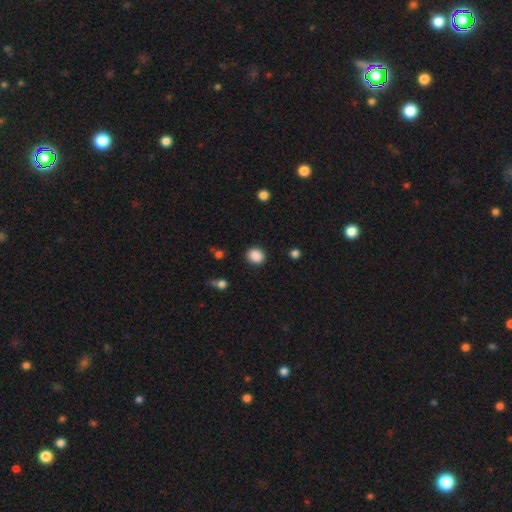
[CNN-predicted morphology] The model was most divided on "how rounded": round: 72%, in between: 27%, cigar-shaped: 1%. More confident: merging — none (89%); smooth or featured — smooth (88%).